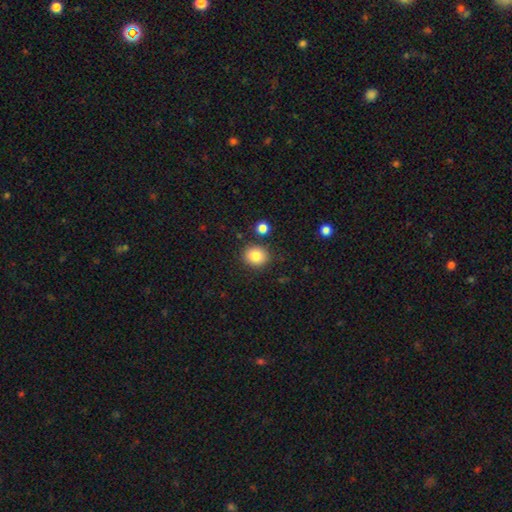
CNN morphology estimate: smooth-or-featured: smooth: 84% | star or artifact: 10% | featured or disk: 6%
  how-rounded: round: 74% | in between: 25% | cigar-shaped: 1%
  merging: none: 85% | minor disturbance: 8% | merger: 4% | major disturbance: 2%